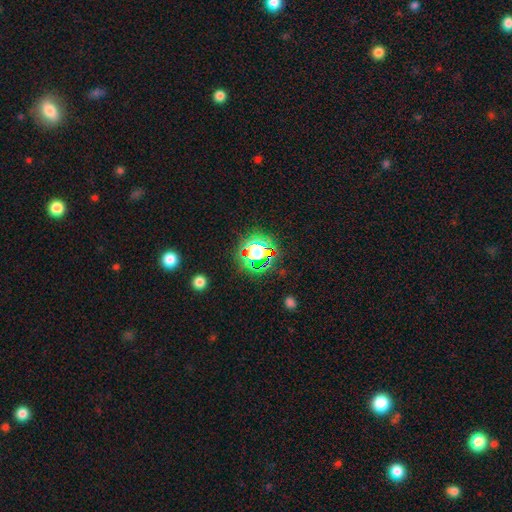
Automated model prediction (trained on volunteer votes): The model was most divided on "smooth or featured": star or artifact: 61%, smooth: 26%, featured or disk: 12%.